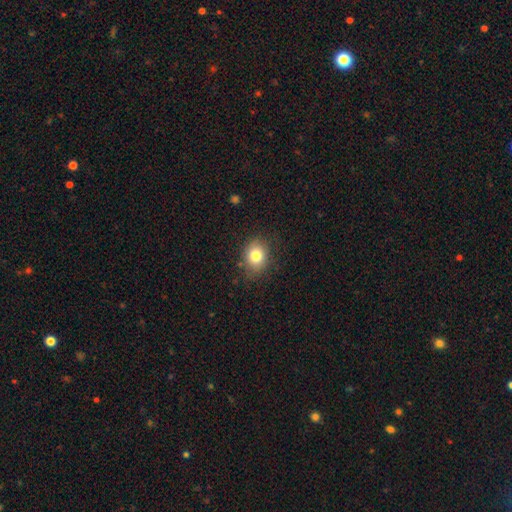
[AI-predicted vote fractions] Overall: smooth (80%). How rounded: round (52%; in between 47%). Merging: none (79%).